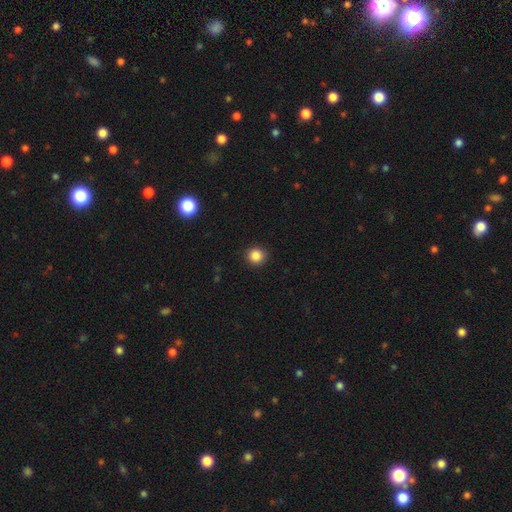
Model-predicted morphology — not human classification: Smooth or featured: smooth — 85% (star or artifact — 11%)
How rounded: round — 93% (in between — 7%)
Merging: none — 91% (minor disturbance — 6%)